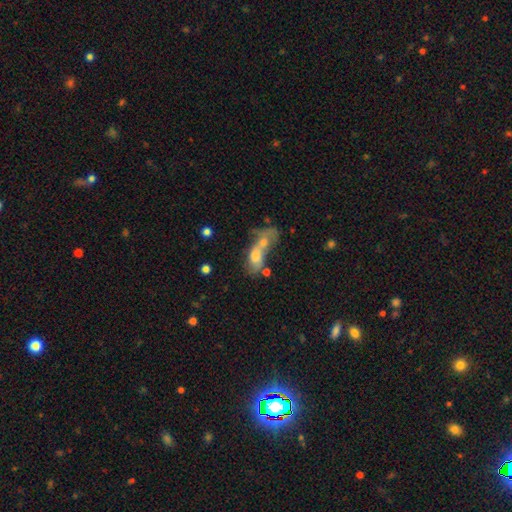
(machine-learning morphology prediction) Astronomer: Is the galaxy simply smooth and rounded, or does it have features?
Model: smooth — 59%.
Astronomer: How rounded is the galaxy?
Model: in between — 74%.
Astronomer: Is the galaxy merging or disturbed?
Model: merger — 67%.